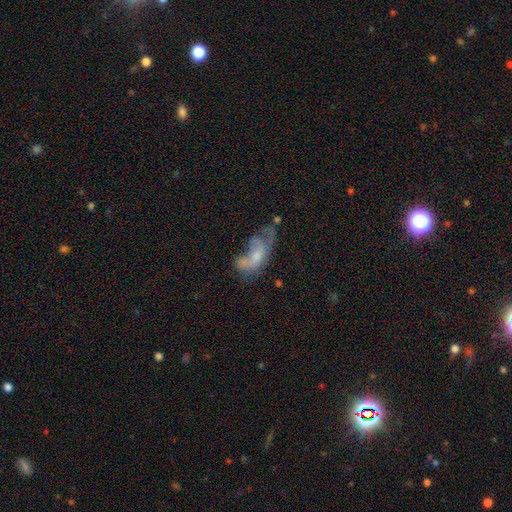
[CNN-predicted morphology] This is possibly a featured or disk galaxy (46%). Merging: marginally major disturbance (45%).